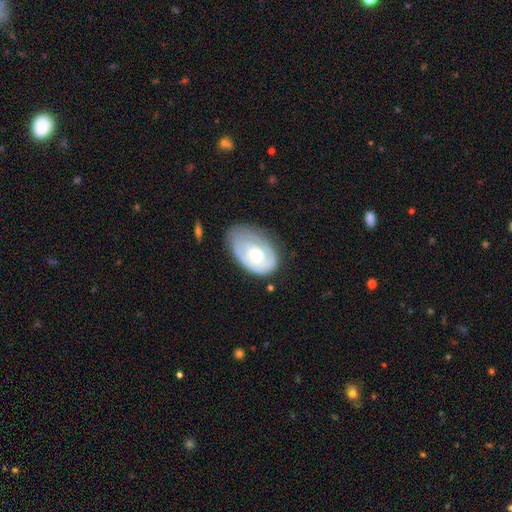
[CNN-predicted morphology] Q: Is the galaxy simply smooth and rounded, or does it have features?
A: featured or disk — 67%.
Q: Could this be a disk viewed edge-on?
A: no — 96%.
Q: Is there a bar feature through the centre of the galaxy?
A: no — 77%.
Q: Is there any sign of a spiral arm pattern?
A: yes — 80%.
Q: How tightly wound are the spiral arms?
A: tight — 66%.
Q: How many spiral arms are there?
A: can't tell — 35%.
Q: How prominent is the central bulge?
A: moderate — 51%.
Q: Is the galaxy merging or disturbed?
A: none — 52%.